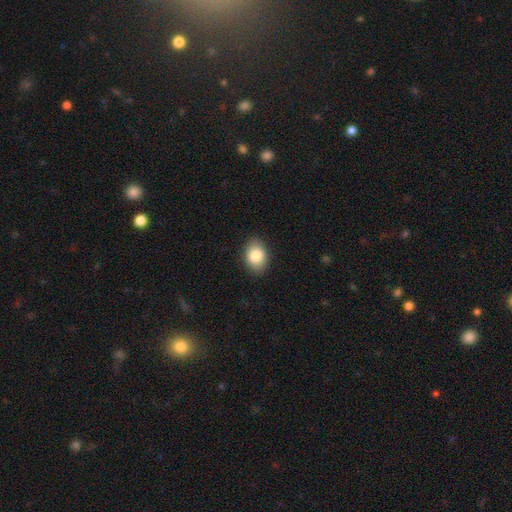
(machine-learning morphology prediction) The model was most divided on "how rounded": in between: 78%, round: 20%, cigar-shaped: 1%. More confident: merging — none (87%); smooth or featured — smooth (84%).